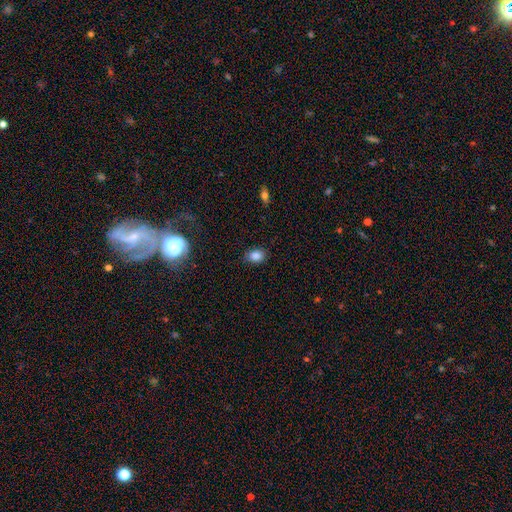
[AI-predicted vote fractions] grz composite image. It shows a smooth galaxy with no disk features (84%) that is in between round and cigar-shaped (64%). Merging: none (82%).